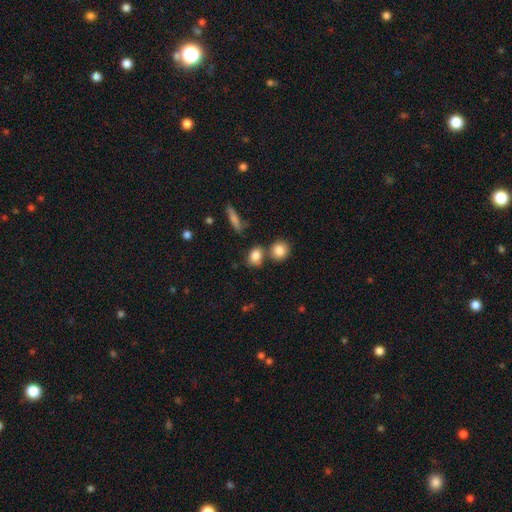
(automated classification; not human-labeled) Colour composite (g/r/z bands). It shows a smooth galaxy with no disk features (83%) that is in between round and cigar-shaped (53%). Merging: none (61%).